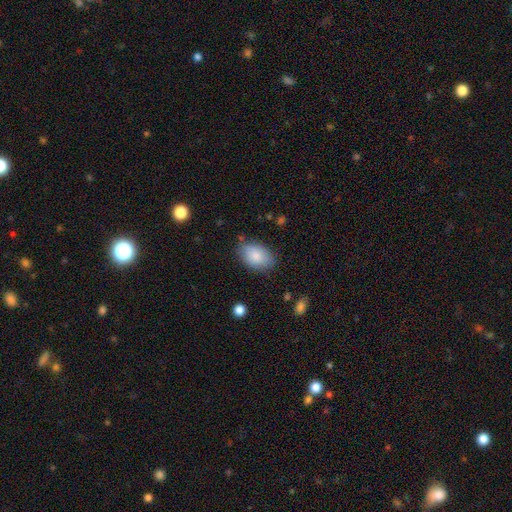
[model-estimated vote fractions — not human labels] Morphology: type=smooth (84%); roundness=in between (88%); merging=none (78%).